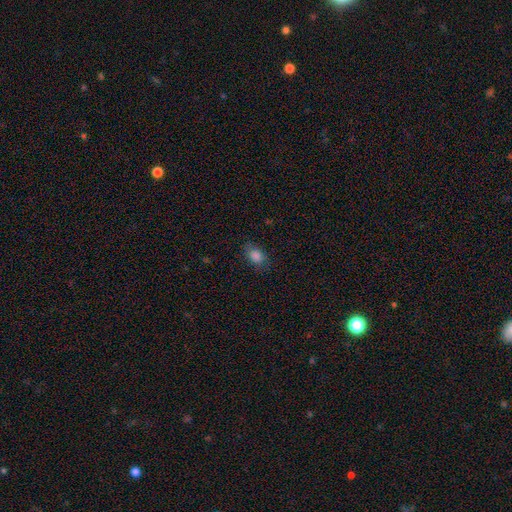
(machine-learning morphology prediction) This appears to be a smooth galaxy with no disk features (84%) that is in between round and cigar-shaped (74%). Merging: none (78%).